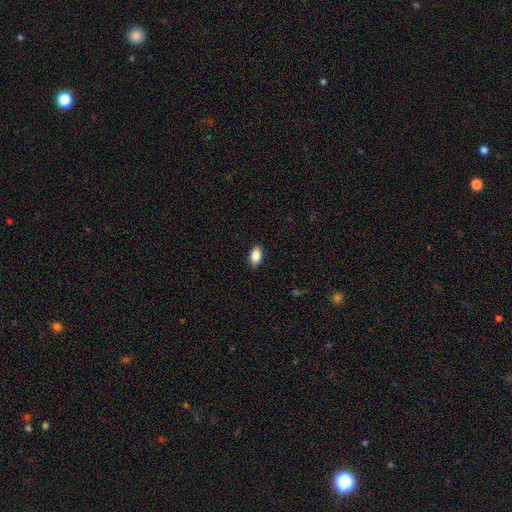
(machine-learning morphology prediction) Smooth or featured?
  - smooth: 89% *
  - star or artifact: 7%
  - featured or disk: 4%
How rounded?
  - in between: 92% *
  - round: 6%
  - cigar-shaped: 2%
Merging?
  - none: 88% *
  - minor disturbance: 9%
  - major disturbance: 2%
  - merger: 1%